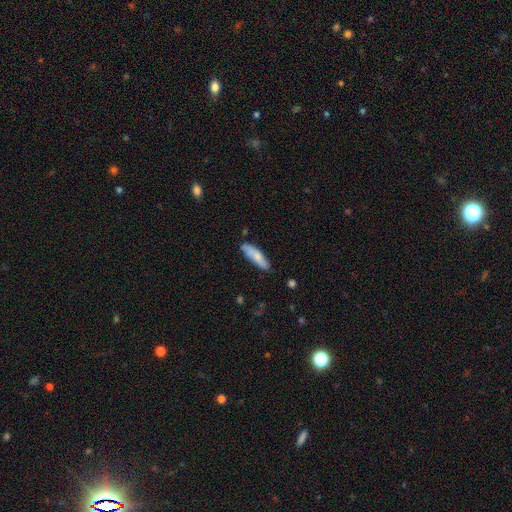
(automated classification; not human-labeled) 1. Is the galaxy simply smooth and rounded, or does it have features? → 72% smooth, 22% featured or disk, 5% star or artifact.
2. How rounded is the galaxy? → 64% cigar-shaped, 34% in between, 2% round.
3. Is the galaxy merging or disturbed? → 78% none, 17% minor disturbance, 3% major disturbance, 2% merger.